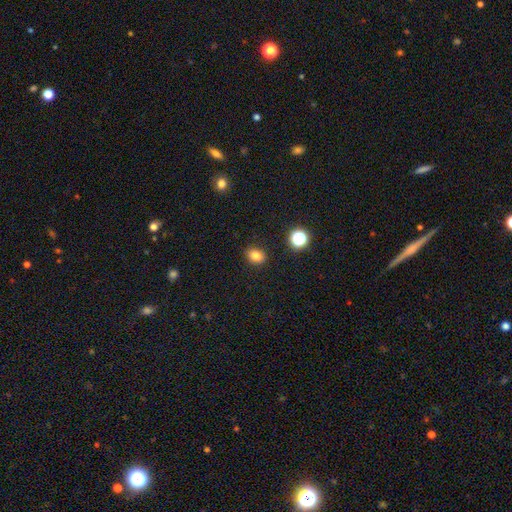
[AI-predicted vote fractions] This appears to be a smooth galaxy with no disk features (80%) that is in between round and cigar-shaped (52%). Merging: none (90%).